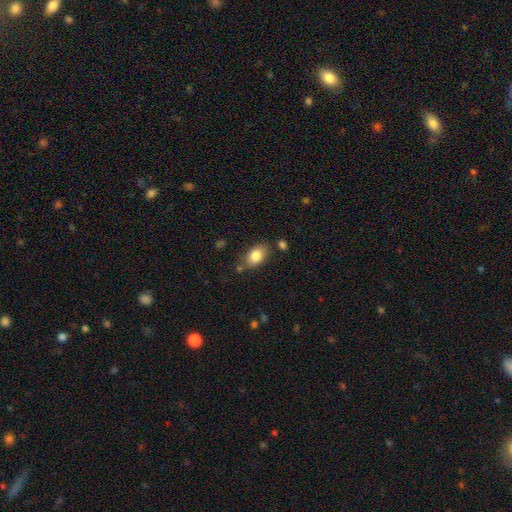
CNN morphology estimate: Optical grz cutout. It shows a smooth galaxy with no disk features (83%) that is in between round and cigar-shaped (84%). Merging: none (73%).